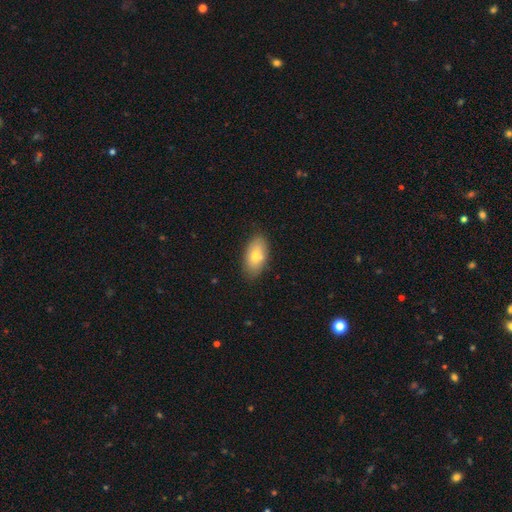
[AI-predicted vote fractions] smooth-or-featured: smooth: 76% | featured or disk: 18% | star or artifact: 7%
  how-rounded: in between: 93% | round: 4% | cigar-shaped: 3%
  merging: none: 78% | minor disturbance: 16% | major disturbance: 3% | merger: 3%